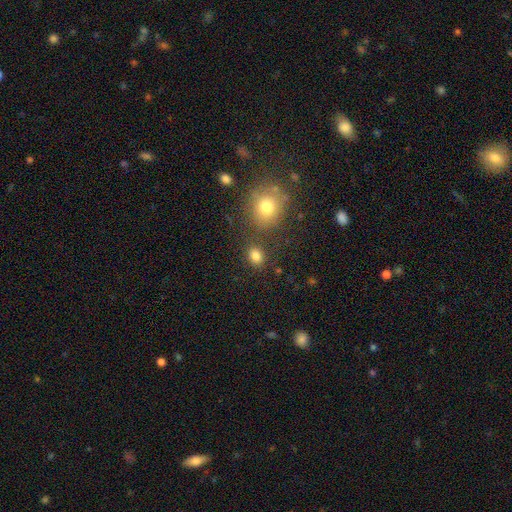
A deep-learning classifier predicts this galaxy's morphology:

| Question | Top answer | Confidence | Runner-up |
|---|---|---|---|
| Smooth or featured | smooth | 83% | star or artifact (12%) |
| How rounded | in between | 58% | round (41%) |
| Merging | none | 77% | minor disturbance (10%) |